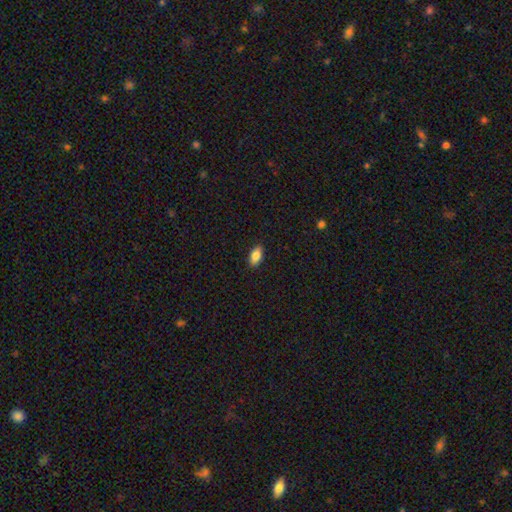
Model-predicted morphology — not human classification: smooth 83%, featured or disk 10%, star or artifact 7%. Down the decision tree: how rounded — in between (91%); merging — none (89%).